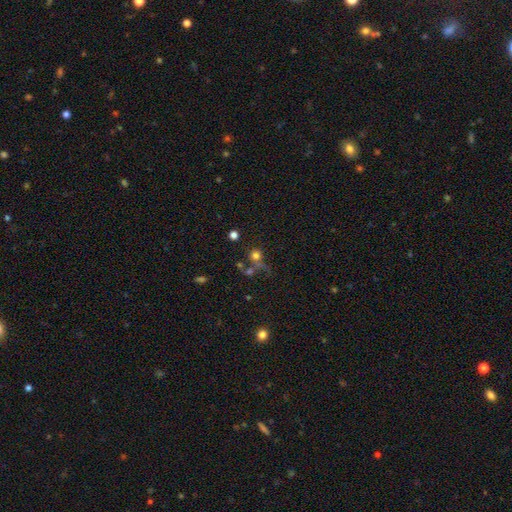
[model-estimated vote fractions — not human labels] smooth 66%, star or artifact 21%, featured or disk 13%. Down the decision tree: how rounded — round (90%); merging — none (51%).